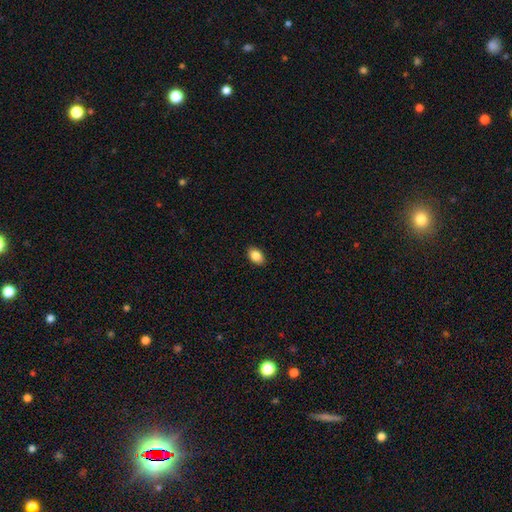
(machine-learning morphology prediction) This appears to be a smooth galaxy with no disk features (86%) that is in between round and cigar-shaped (88%). Merging: none (90%).